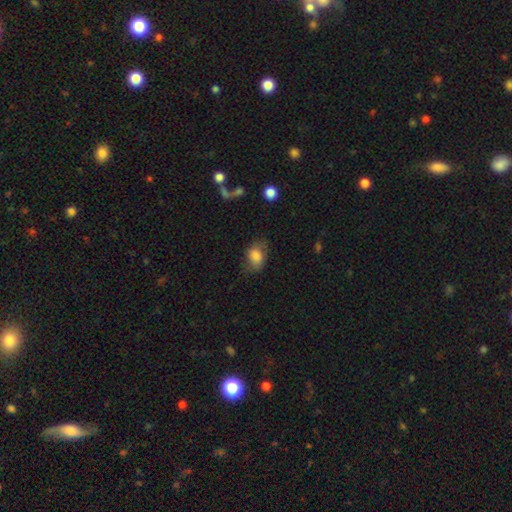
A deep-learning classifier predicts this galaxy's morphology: smooth 76%, featured or disk 16%, star or artifact 8%. Down the decision tree: how rounded — in between (74%); merging — none (57%).